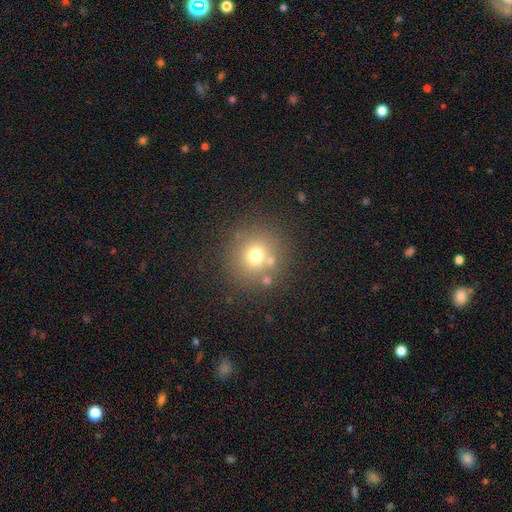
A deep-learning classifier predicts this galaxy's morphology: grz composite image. It shows a smooth galaxy with no disk features (69%) that is round (93%). Merging: none (79%).